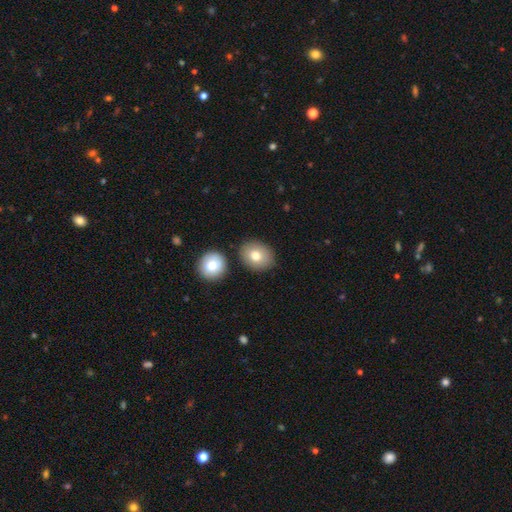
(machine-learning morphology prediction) smooth-or-featured: smooth: 78% | featured or disk: 14% | star or artifact: 9%
  how-rounded: round: 58% | in between: 41% | cigar-shaped: 1%
  merging: none: 78% | merger: 10% | minor disturbance: 10% | major disturbance: 3%